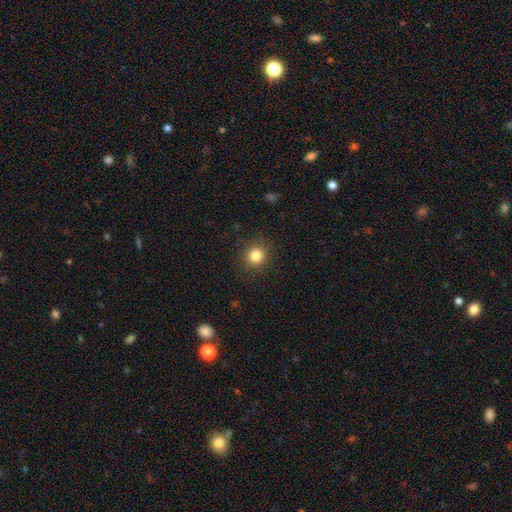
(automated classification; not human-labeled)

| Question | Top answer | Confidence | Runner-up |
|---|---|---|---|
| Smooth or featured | smooth | 83% | star or artifact (12%) |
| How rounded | round | 88% | in between (11%) |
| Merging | none | 89% | minor disturbance (7%) |